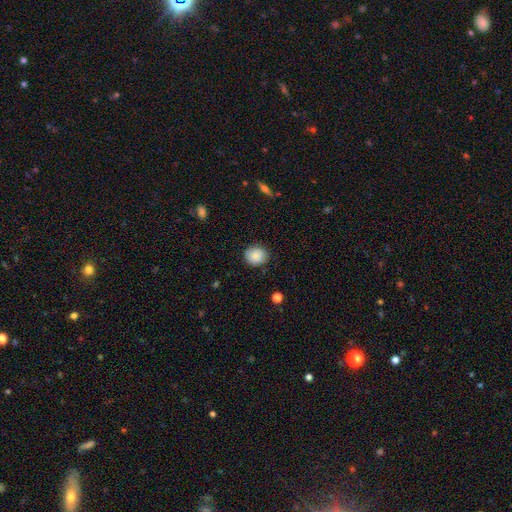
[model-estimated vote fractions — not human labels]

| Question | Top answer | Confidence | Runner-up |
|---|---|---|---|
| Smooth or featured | smooth | 87% | star or artifact (8%) |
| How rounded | round | 69% | in between (30%) |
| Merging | none | 86% | minor disturbance (11%) |